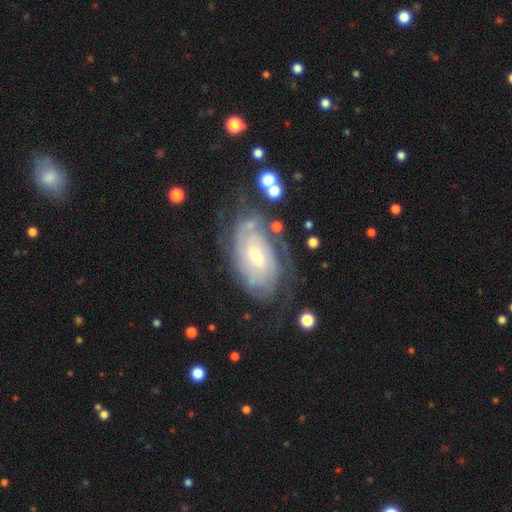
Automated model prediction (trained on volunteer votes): This appears to be a featured or disk galaxy (82%) with no bar (59%), tight (72%) spiral arms (91%) and a moderate central bulge (49%). Merging: none (63%).